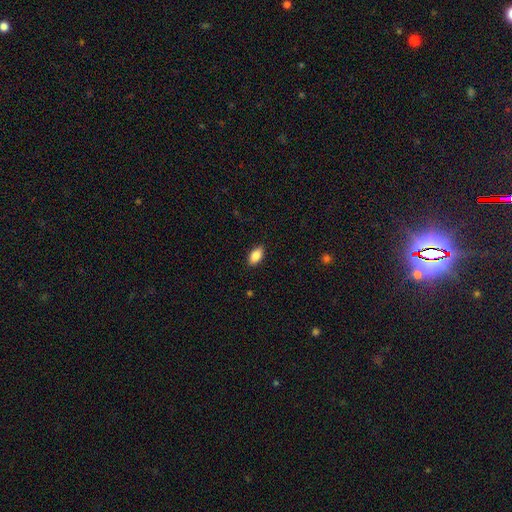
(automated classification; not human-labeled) Overall: smooth (86%). How rounded: in between (91%). Merging: none (88%).